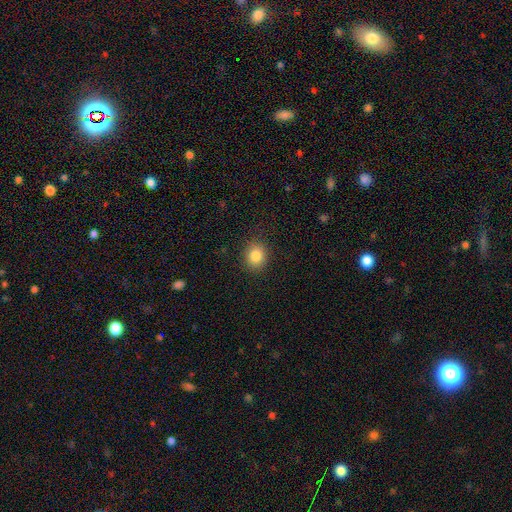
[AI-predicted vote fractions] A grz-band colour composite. It shows a smooth galaxy with no disk features (84%) that is round (70%). Merging: none (88%).